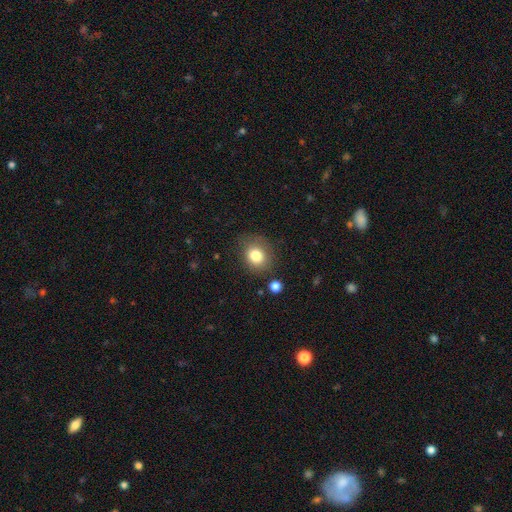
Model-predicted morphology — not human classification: Q: Smooth or featured?
A: smooth (81%); runner-up: star or artifact (10%)
Q: How rounded?
A: round (67%); runner-up: in between (32%)
Q: Merging?
A: none (75%); runner-up: minor disturbance (16%)